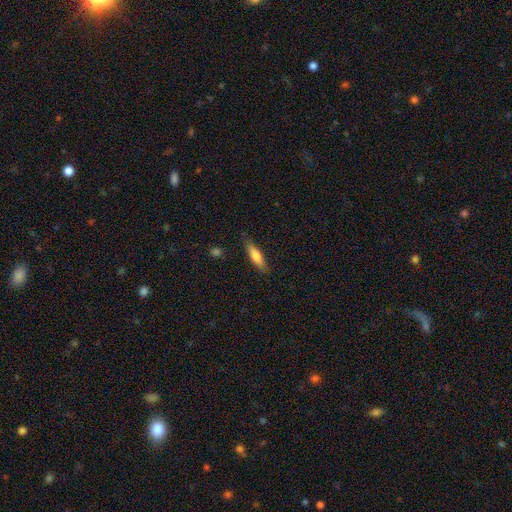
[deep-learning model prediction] Morphology: type=smooth (73%); roundness=cigar-shaped (64%); merging=none (83%).